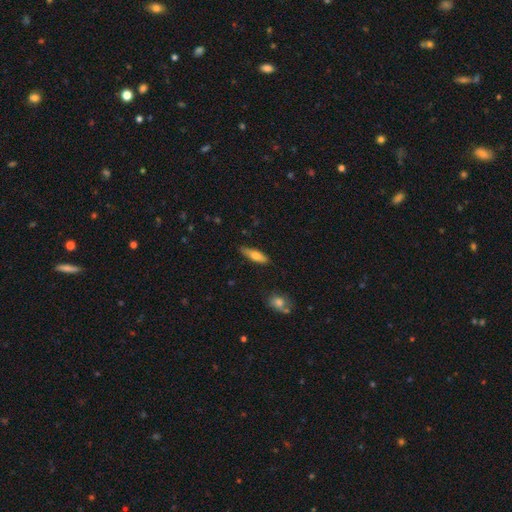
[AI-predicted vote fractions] This is likely a smooth galaxy (66%). How rounded: possibly cigar-shaped (58%). Merging: clearly none (83%).